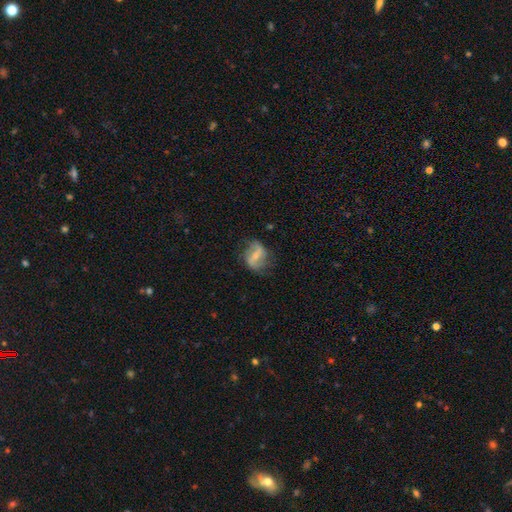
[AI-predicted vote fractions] A featured or disk galaxy (61%) with a strong bar (45%), spiral arms (77%) and a small central bulge (51%).

Vote fractions:
- Smooth or featured? featured or disk: 61% / smooth: 31% / star or artifact: 8%
- Edge-on disk? no: 95% / yes: 5%
- Bar? strong: 45% / weak: 38% / no: 16%
- Spiral arms? yes: 77% / no: 23%
- Bulge size? small: 51% / moderate: 30% / none: 15% / large: 3% / dominant: 1%
- Merging? none: 63% / minor disturbance: 23% / major disturbance: 12% / merger: 2%